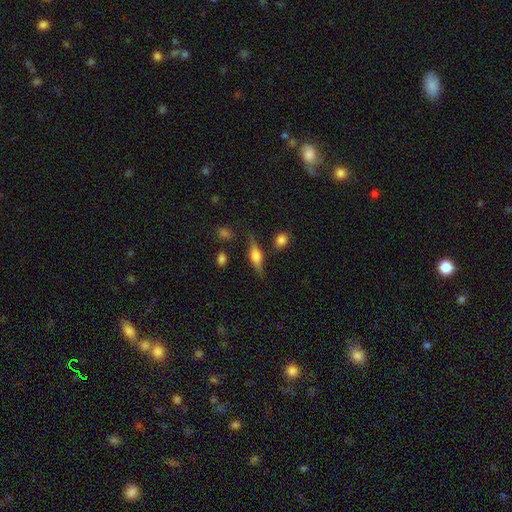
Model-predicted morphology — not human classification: This appears to be a featured or disk galaxy (58%) viewed edge-on (94%) with a rounded central bulge (84%). Merging: none (79%).